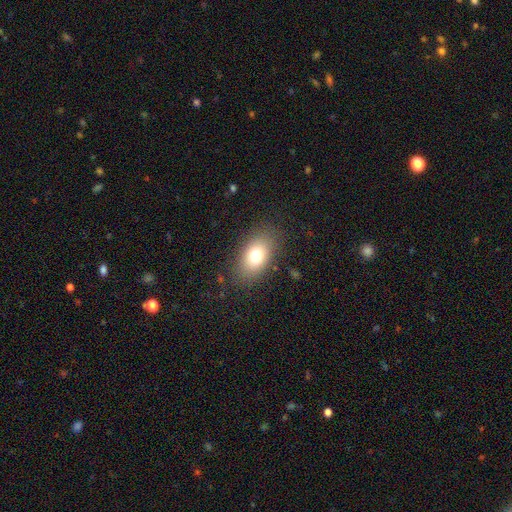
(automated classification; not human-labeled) This appears to be a smooth galaxy with no disk features (75%) that is in between round and cigar-shaped (86%). Merging: none (83%).